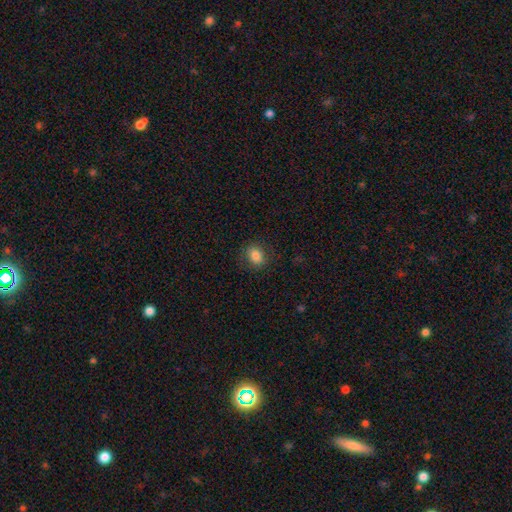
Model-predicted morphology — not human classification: Smooth or featured? Predicted: smooth (p=0.82). How rounded? Predicted: in between (p=0.50). Merging? Predicted: none (p=0.85).